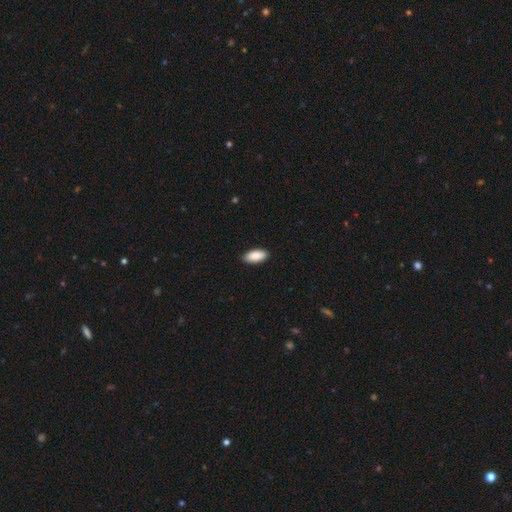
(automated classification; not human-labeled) Morphology: type=smooth (90%); roundness=in between (90%); merging=none (89%).